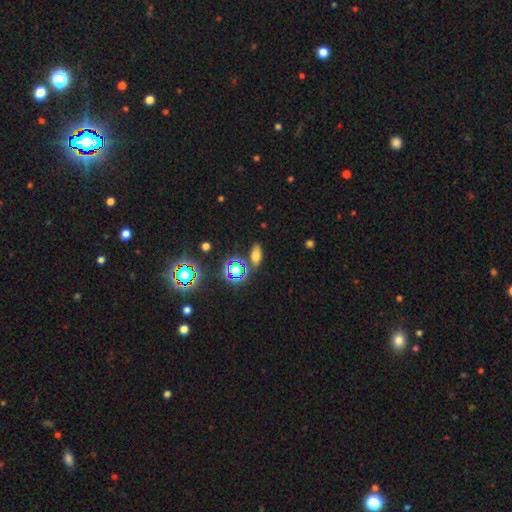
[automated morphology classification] smooth 64%, star or artifact 24%, featured or disk 12%. Down the decision tree: how rounded — in between (77%); merging — none (80%).